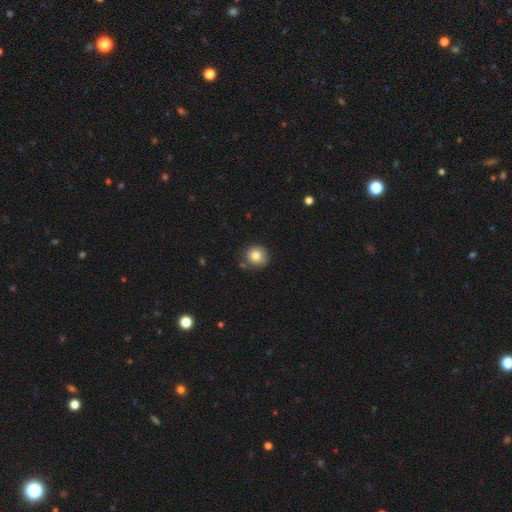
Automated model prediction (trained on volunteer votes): The model was most divided on "merging": none: 78%, minor disturbance: 14%, merger: 5%, major disturbance: 3%. More confident: how rounded — round (90%); smooth or featured — smooth (81%).